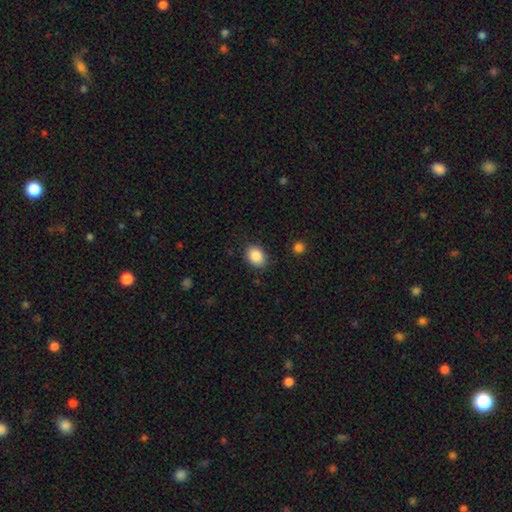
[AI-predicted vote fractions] This appears to be a smooth galaxy with no disk features (87%) that is in between round and cigar-shaped (58%). Merging: none (84%).